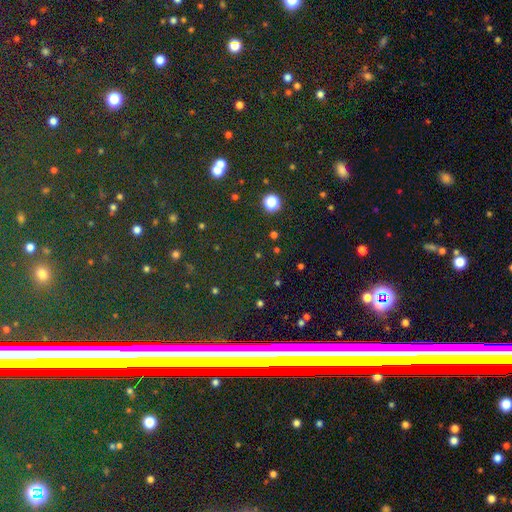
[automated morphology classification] This is likely a star or artifact rather than a galaxy (76%).